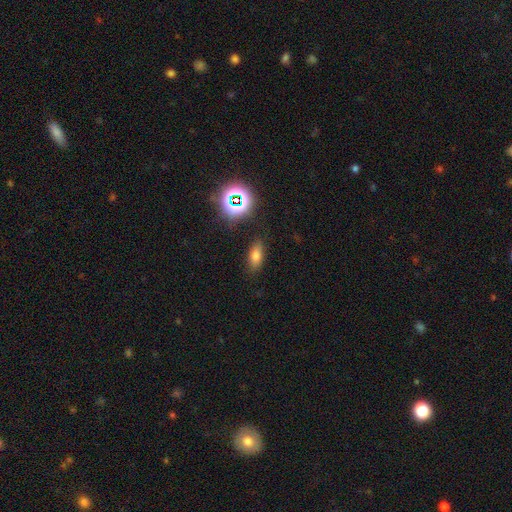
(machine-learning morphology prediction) type=smooth (70%); roundness=in between (81%); merging=none (84%).